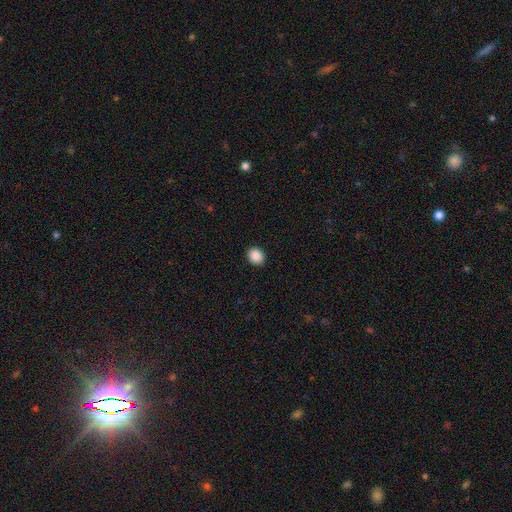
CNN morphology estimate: The model was most divided on "how rounded": round: 65%, in between: 34%, cigar-shaped: 1%. More confident: merging — none (91%); smooth or featured — smooth (89%).